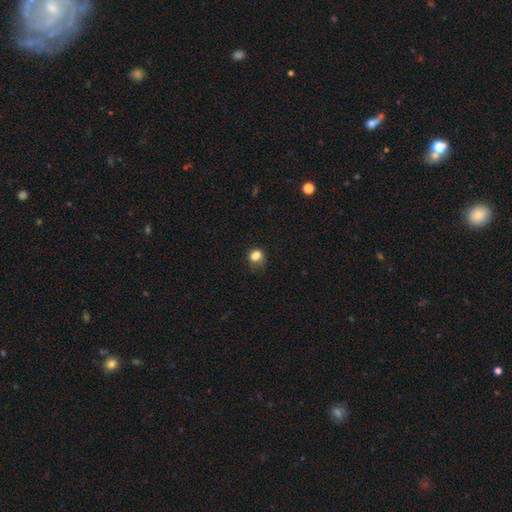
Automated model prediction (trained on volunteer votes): smooth_or_featured: smooth (p=0.79) [alt: star or artifact p=0.13]
how_rounded: round (p=0.59) [alt: in between p=0.40]
merging: none (p=0.47) [alt: minor disturbance p=0.29]